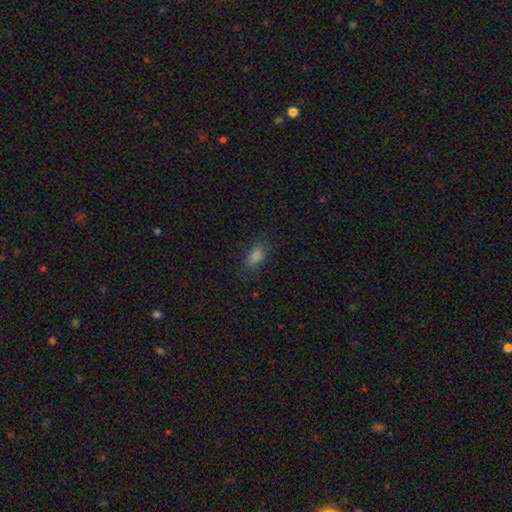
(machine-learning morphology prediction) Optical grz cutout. It shows a smooth galaxy with no disk features (80%) that is in between round and cigar-shaped (85%). Merging: none (80%).